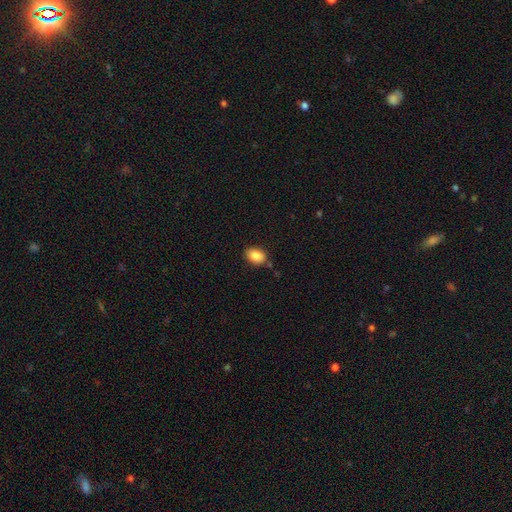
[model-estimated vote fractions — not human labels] Q: Smooth or featured?
A: smooth (86%); runner-up: star or artifact (8%)
Q: How rounded?
A: in between (77%); runner-up: round (22%)
Q: Merging?
A: none (80%); runner-up: minor disturbance (13%)